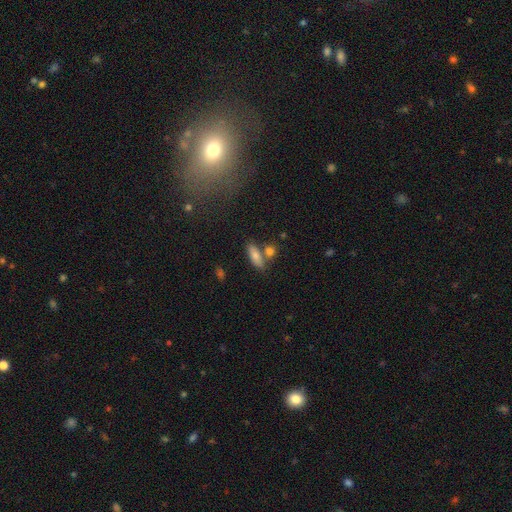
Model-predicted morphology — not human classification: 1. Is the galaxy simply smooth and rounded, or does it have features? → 78% smooth, 14% featured or disk, 8% star or artifact.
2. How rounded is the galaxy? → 67% in between, 28% cigar-shaped, 4% round.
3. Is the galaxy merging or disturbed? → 59% none, 24% merger, 12% minor disturbance, 4% major disturbance.